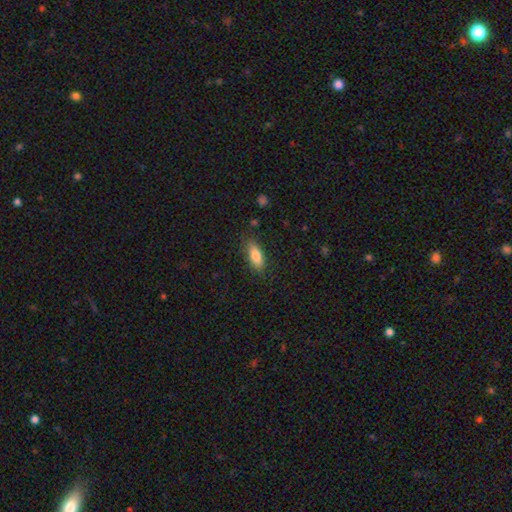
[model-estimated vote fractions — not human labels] smooth_or_featured: smooth (p=0.81) [alt: featured or disk p=0.12]
how_rounded: in between (p=0.72) [alt: cigar-shaped p=0.26]
merging: none (p=0.82) [alt: minor disturbance p=0.13]